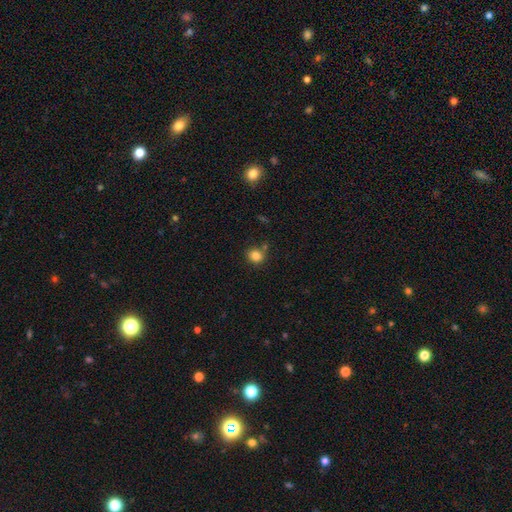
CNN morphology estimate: Overall: smooth (83%). How rounded: round (77%). Merging: none (75%).